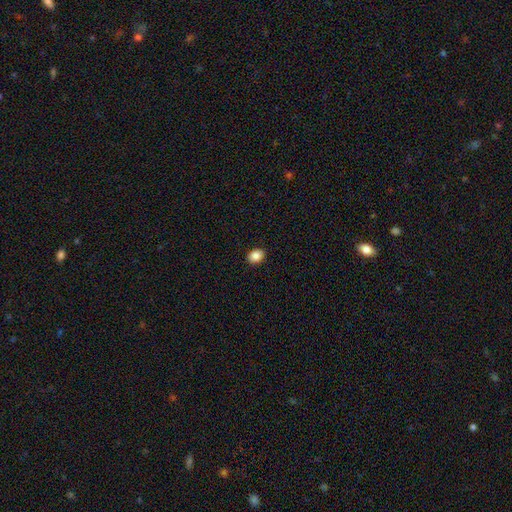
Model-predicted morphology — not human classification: Smooth or featured? Predicted: smooth (p=0.87). How rounded? Predicted: in between (p=0.60). Merging? Predicted: none (p=0.91).